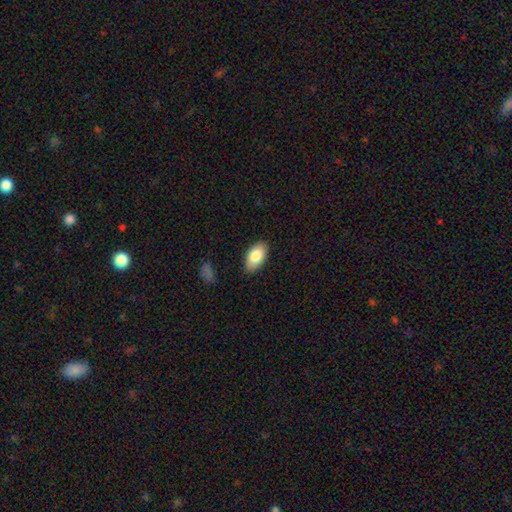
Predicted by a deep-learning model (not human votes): Overall: smooth (83%). How rounded: in between (94%). Merging: none (86%).